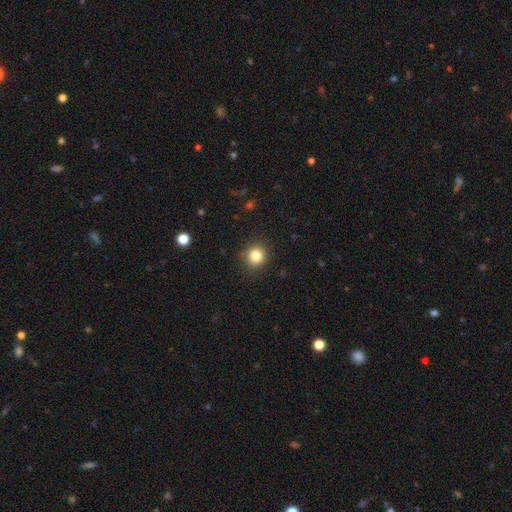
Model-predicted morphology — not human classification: This is clearly a smooth galaxy (83%). How rounded: clearly round (91%). Merging: clearly none (90%).